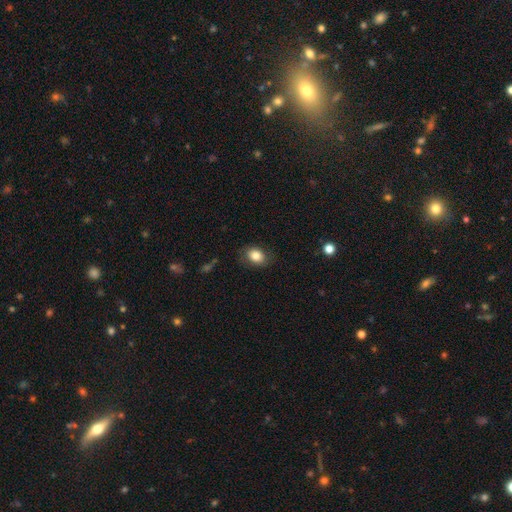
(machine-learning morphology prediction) smooth 84%, star or artifact 9%, featured or disk 8%. Down the decision tree: how rounded — in between (67%); merging — none (81%).